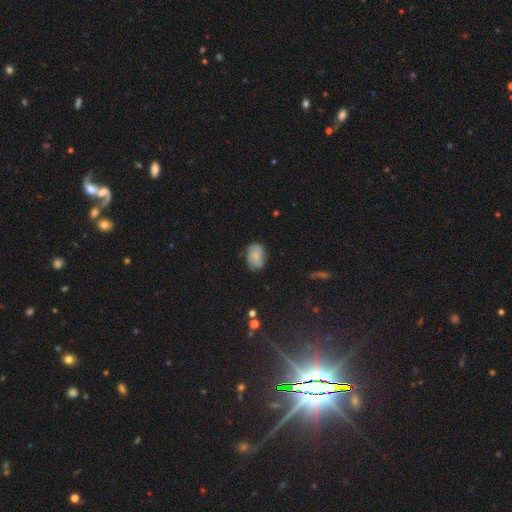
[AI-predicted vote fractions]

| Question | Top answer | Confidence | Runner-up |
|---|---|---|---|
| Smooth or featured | smooth | 58% | featured or disk (33%) |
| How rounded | in between | 77% | round (22%) |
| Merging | none | 67% | minor disturbance (24%) |